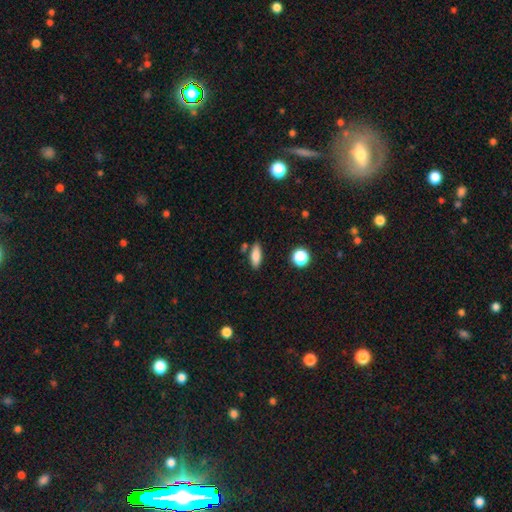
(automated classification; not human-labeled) A smooth galaxy with no disk features (80%) that is in between round and cigar-shaped (70%).

Vote fractions:
- Smooth or featured? smooth: 80% / featured or disk: 12% / star or artifact: 9%
- How rounded? in between: 70% / cigar-shaped: 26% / round: 4%
- Merging? none: 80% / minor disturbance: 11% / merger: 6% / major disturbance: 3%